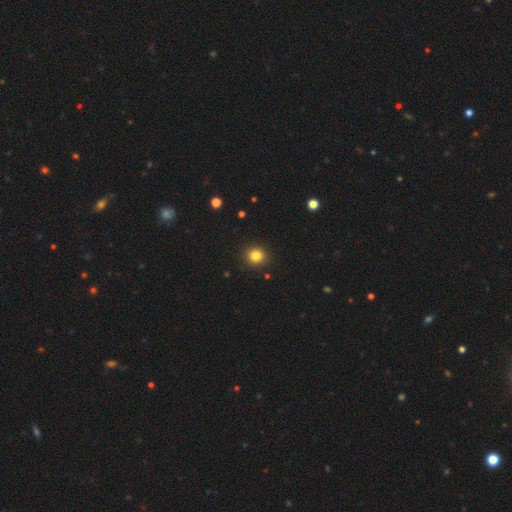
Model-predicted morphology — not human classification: The model was most divided on "smooth or featured": smooth: 84%, star or artifact: 12%, featured or disk: 4%. More confident: merging — none (92%); how rounded — round (90%).